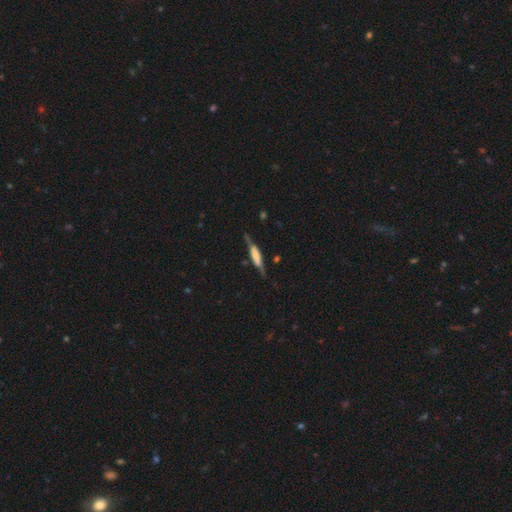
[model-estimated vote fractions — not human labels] Morphology: type=featured or disk (59%); edge-on=yes (92%); edge-on bulge=boxy (61%); merging=none (75%).